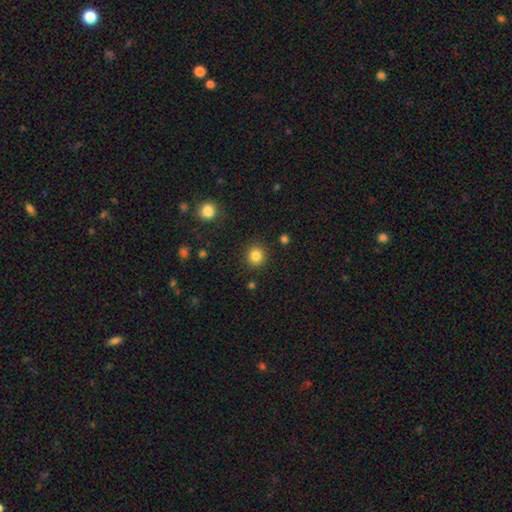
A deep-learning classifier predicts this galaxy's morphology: smooth 84%, star or artifact 11%, featured or disk 4%. Down the decision tree: how rounded — round (91%); merging — none (90%).